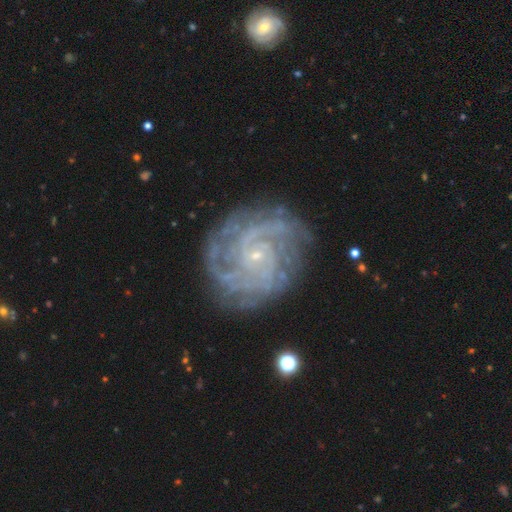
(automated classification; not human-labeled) Smooth or featured?
  - featured or disk: 89% *
  - star or artifact: 6%
  - smooth: 5%
Edge-on disk?
  - no: 98% *
  - yes: 2%
Bar?
  - no: 71% *
  - weak: 22%
  - strong: 6%
Spiral arms?
  - yes: 97% *
  - no: 3%
Spiral winding?
  - tight: 67% *
  - medium: 28%
  - loose: 5%
Spiral arm count?
  - 2: 22% *
  - can't tell: 21%
  - 3: 20%
  - 4: 18%
  - more than 4: 11%
  - 1: 9%
Bulge size?
  - small: 89% *
  - moderate: 6%
  - none: 3%
  - large: 1%
  - dominant: 1%
Merging?
  - none: 79% *
  - minor disturbance: 14%
  - major disturbance: 5%
  - merger: 1%